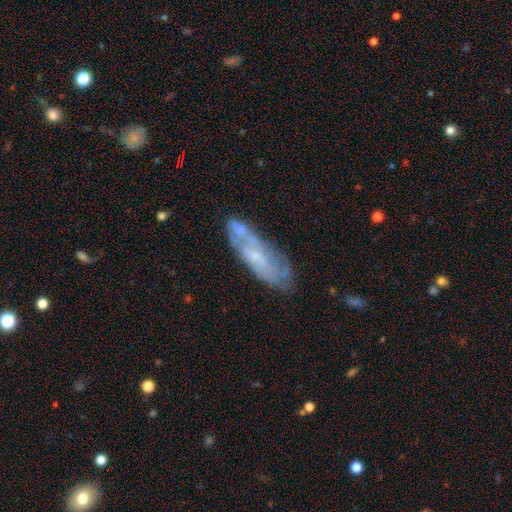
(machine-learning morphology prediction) Q: Smooth or featured?
A: featured or disk (63%); runner-up: smooth (30%)
Q: Edge-on disk?
A: no (79%); runner-up: yes (21%)
Q: Merging?
A: none (58%); runner-up: minor disturbance (23%)